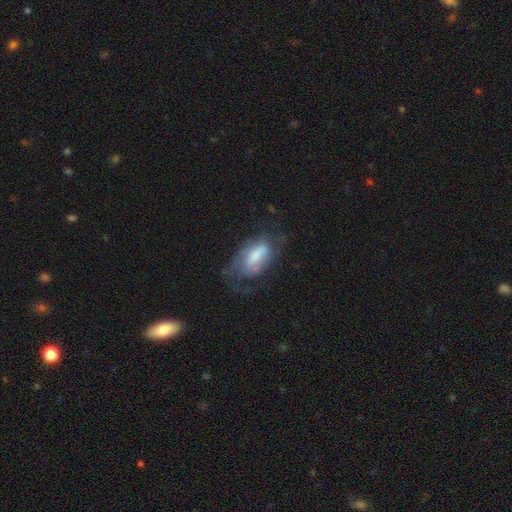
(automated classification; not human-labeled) Smooth or featured? smooth (49%)
Merging? none (42%)